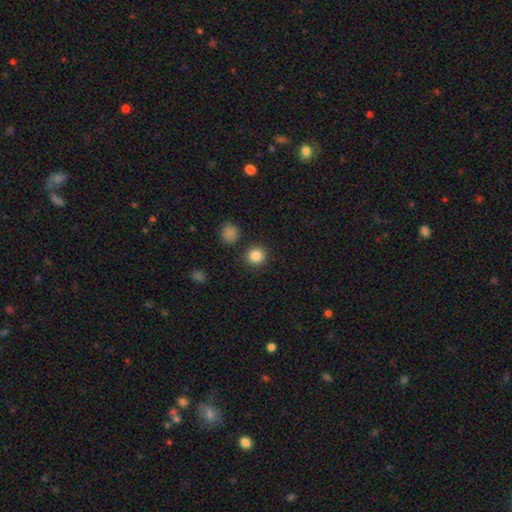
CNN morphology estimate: A smooth galaxy with no disk features (85%) that is round (93%). Merging: none (89%).